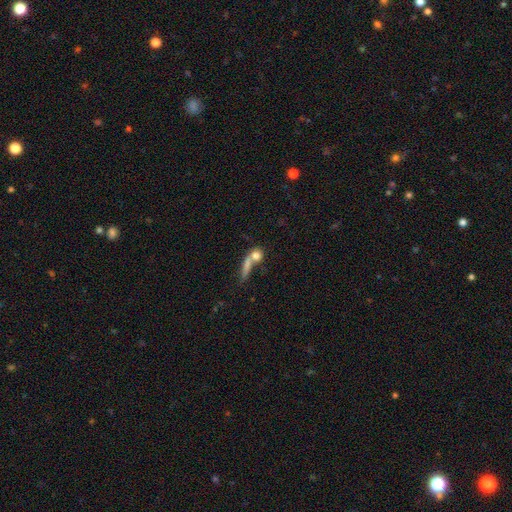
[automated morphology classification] Q: Smooth or featured?
A: smooth (72%); runner-up: featured or disk (18%)
Q: How rounded?
A: round (56%); runner-up: in between (24%)
Q: Merging?
A: merger (41%); runner-up: none (36%)